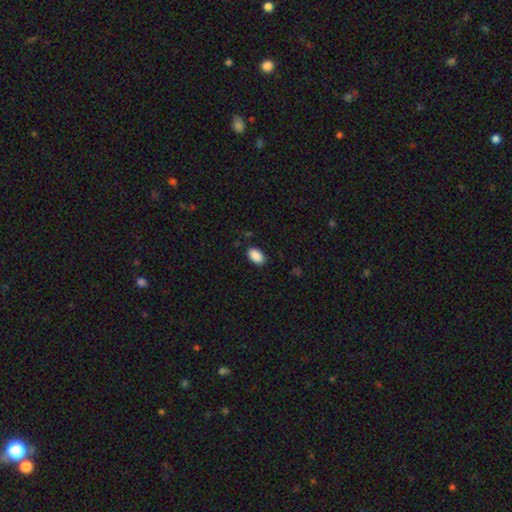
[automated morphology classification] Smooth or featured?
  - smooth: 90% *
  - star or artifact: 7%
  - featured or disk: 3%
How rounded?
  - in between: 93% *
  - round: 6%
  - cigar-shaped: 1%
Merging?
  - none: 87% *
  - minor disturbance: 9%
  - major disturbance: 2%
  - merger: 1%